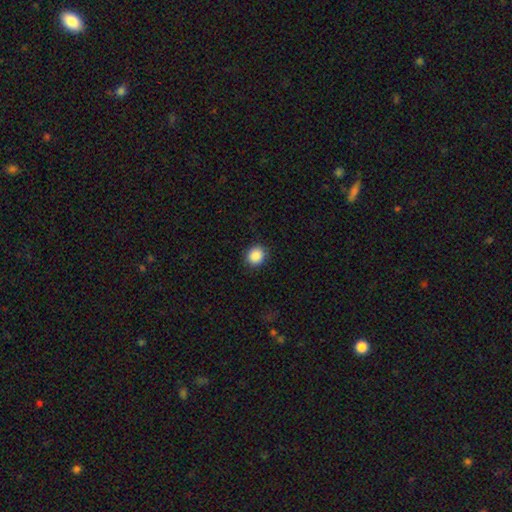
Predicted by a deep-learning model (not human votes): smooth_or_featured: smooth (p=0.89) [alt: star or artifact p=0.09]
how_rounded: round (p=0.81) [alt: in between p=0.19]
merging: none (p=0.90) [alt: minor disturbance p=0.07]